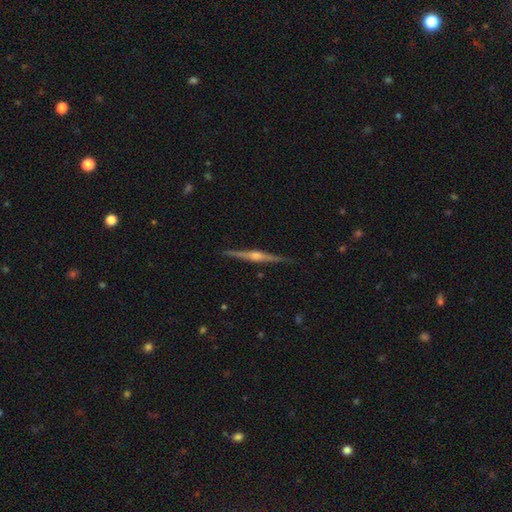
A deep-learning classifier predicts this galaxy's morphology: Smooth or featured? Predicted: featured or disk (p=0.85). Edge-on disk? Predicted: yes (p=0.99). Edge-on bulge? Predicted: rounded (p=0.86). Merging? Predicted: none (p=0.91).